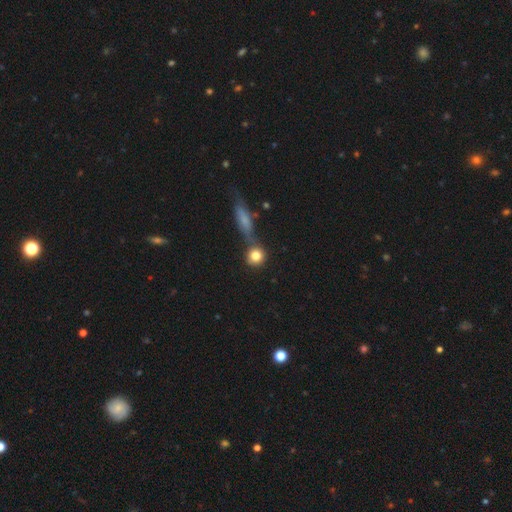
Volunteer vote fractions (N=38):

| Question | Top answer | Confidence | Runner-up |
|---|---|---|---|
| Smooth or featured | smooth | 87% | featured or disk (8%) |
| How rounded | round | 91% | cigar-shaped (9%) |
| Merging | none | 56% | merger (33%) |